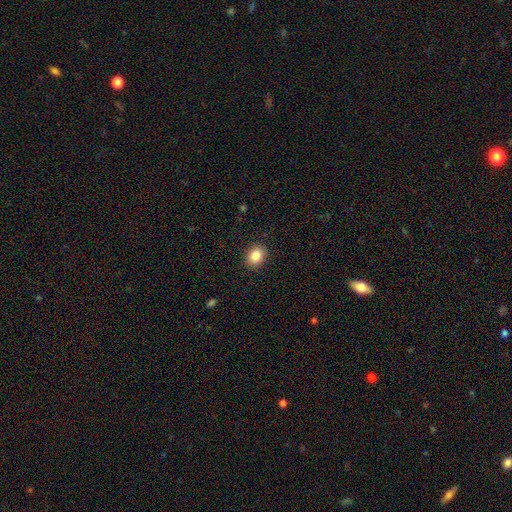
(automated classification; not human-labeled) smooth_or_featured: smooth (p=0.86) [alt: star or artifact p=0.09]
how_rounded: in between (p=0.54) [alt: round p=0.45]
merging: none (p=0.90) [alt: minor disturbance p=0.07]